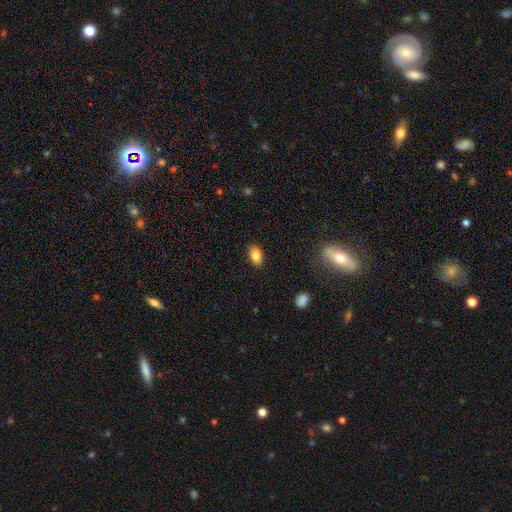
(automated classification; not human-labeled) A smooth galaxy with no disk features (85%) that is in between round and cigar-shaped (90%). Merging: none (86%).